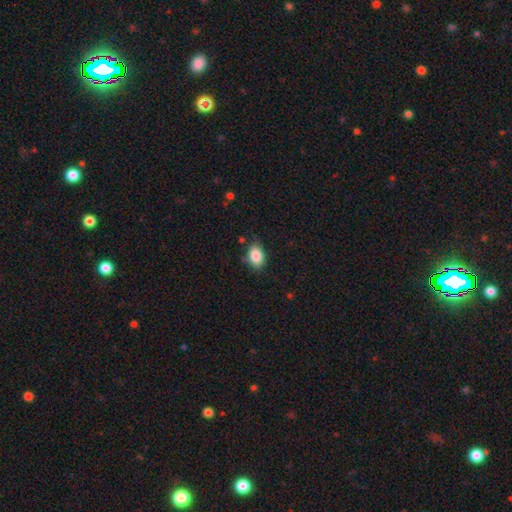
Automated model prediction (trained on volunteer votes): Smooth or featured? Predicted: smooth (p=0.86). How rounded? Predicted: in between (p=0.82). Merging? Predicted: none (p=0.75).